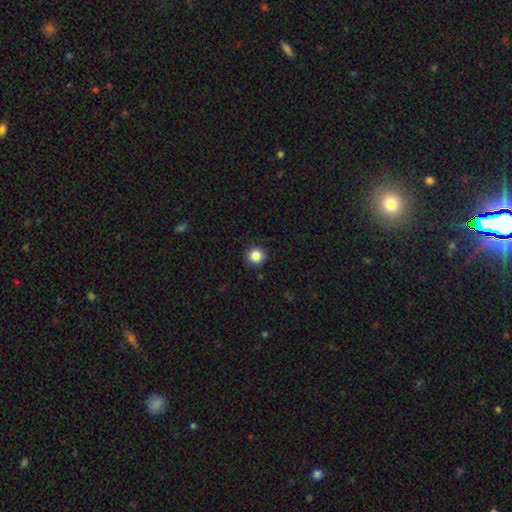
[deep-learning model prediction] A smooth galaxy with no disk features (86%) that is round (95%).

Vote fractions:
- Smooth or featured? smooth: 86% / star or artifact: 11% / featured or disk: 4%
- How rounded? round: 95% / in between: 4% / cigar-shaped: 1%
- Merging? none: 92% / minor disturbance: 5% / major disturbance: 2% / merger: 1%